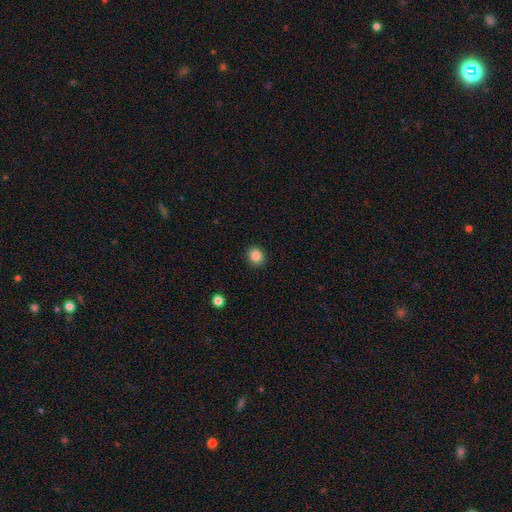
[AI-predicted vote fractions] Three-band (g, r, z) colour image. It shows a smooth galaxy with no disk features (86%) that is round (76%). Merging: none (89%).